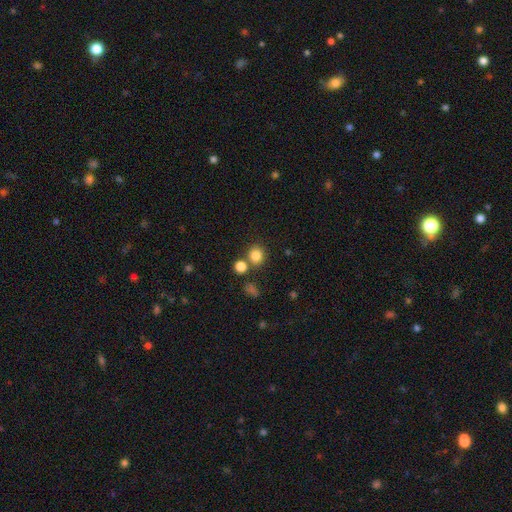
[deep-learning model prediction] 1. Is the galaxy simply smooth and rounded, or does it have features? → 83% smooth, 12% star or artifact, 5% featured or disk.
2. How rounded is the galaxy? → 82% round, 17% in between, 1% cigar-shaped.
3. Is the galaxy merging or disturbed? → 71% none, 17% merger, 8% minor disturbance, 3% major disturbance.